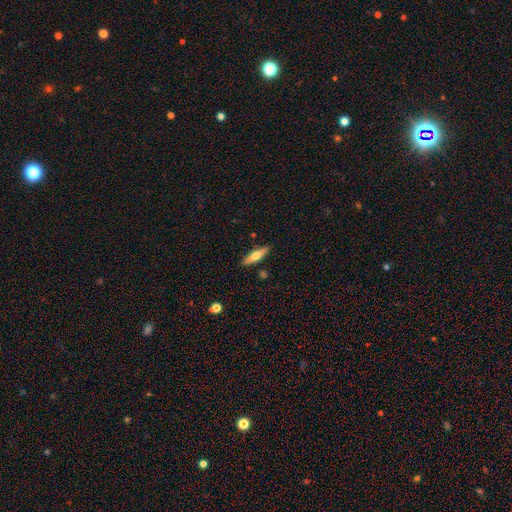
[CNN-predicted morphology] Smooth or featured? smooth (53%)
How rounded? cigar-shaped (63%)
Merging? none (87%)